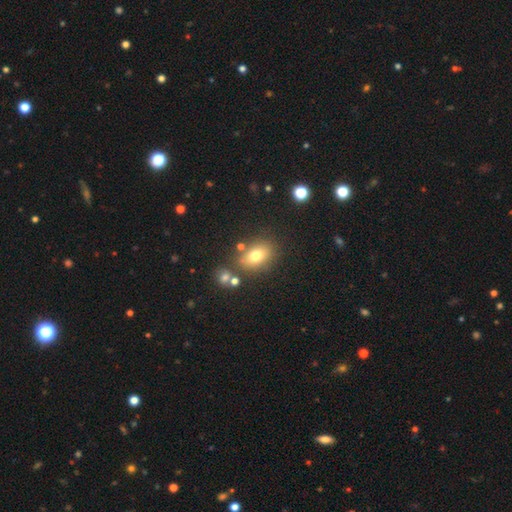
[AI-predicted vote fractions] Smooth or featured? Predicted: smooth (p=0.74). How rounded? Predicted: in between (p=0.74). Merging? Predicted: none (p=0.74).